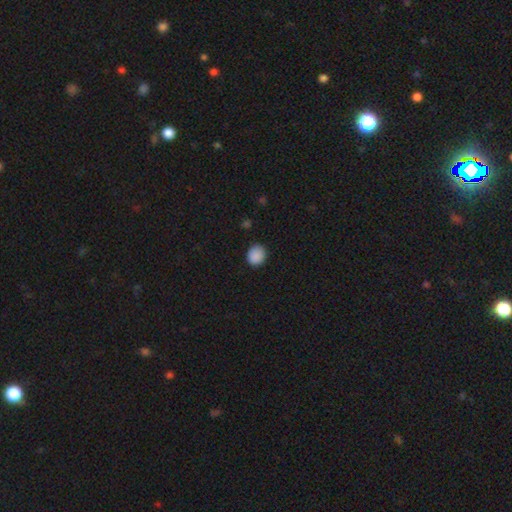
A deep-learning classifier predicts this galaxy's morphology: smooth 89%, star or artifact 9%, featured or disk 3%. Down the decision tree: how rounded — round (74%); merging — none (86%).